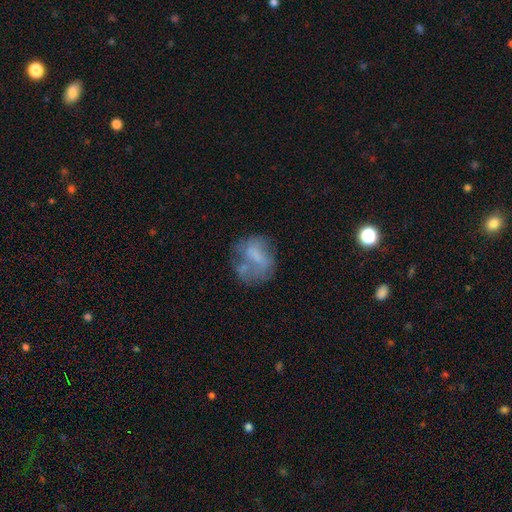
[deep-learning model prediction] smooth-or-featured: smooth: 49% | featured or disk: 40% | star or artifact: 11%
  merging: none: 45% | minor disturbance: 23% | major disturbance: 21% | merger: 11%